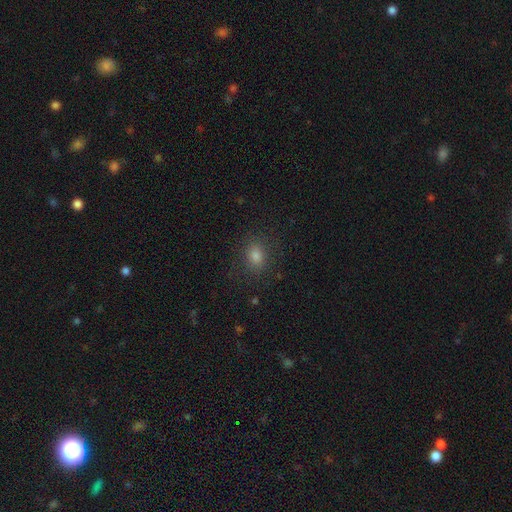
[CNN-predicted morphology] type=smooth (76%); roundness=in between (56%); merging=none (85%).